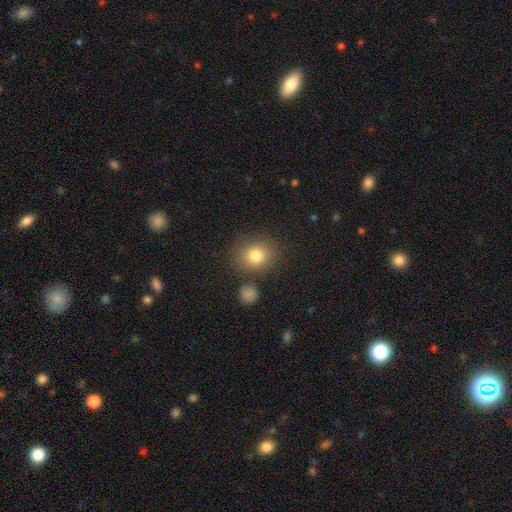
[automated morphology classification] smooth 81%, star or artifact 10%, featured or disk 8%. Down the decision tree: how rounded — round (71%); merging — none (78%).